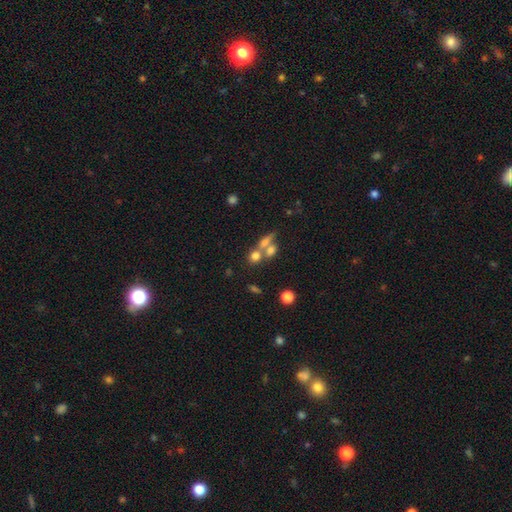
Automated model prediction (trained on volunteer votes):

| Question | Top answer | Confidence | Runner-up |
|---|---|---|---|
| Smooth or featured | smooth | 69% | featured or disk (17%) |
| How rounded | round | 59% | in between (34%) |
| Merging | merger | 46% | none (41%) |